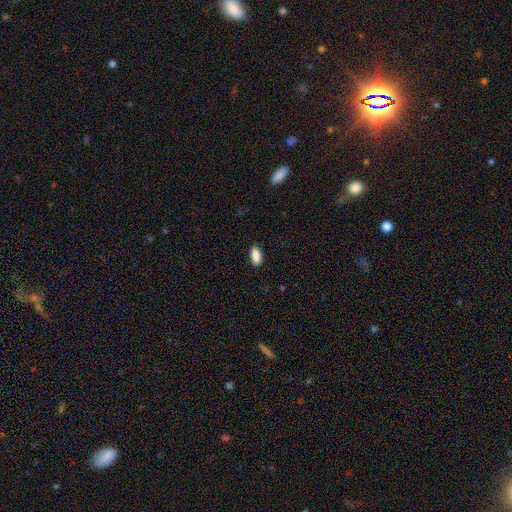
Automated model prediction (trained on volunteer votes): smooth-or-featured: smooth: 90% | star or artifact: 7% | featured or disk: 4%
  how-rounded: in between: 90% | cigar-shaped: 8% | round: 2%
  merging: none: 88% | minor disturbance: 9% | major disturbance: 2% | merger: 1%